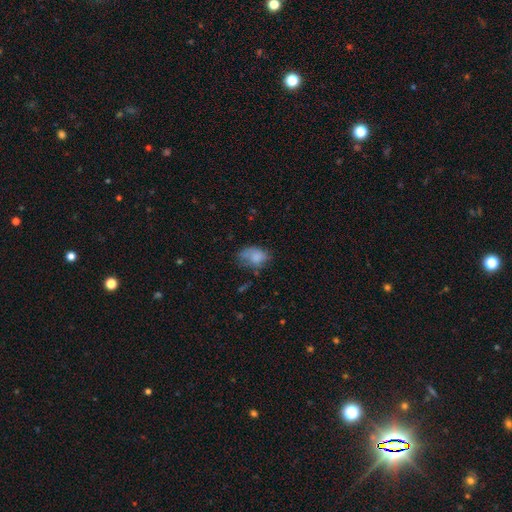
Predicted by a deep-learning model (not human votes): This appears to be a smooth galaxy with no disk features (70%) that is in between round and cigar-shaped (78%). Merging: none (39%).